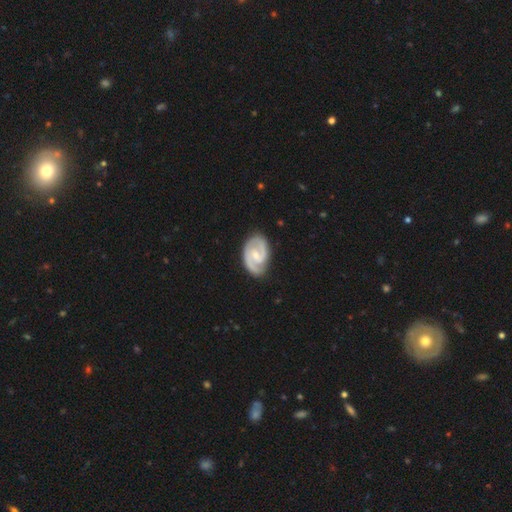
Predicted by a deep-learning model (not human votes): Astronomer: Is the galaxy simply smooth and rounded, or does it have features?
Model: featured or disk — 86%.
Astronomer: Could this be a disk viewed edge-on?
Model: no — 98%.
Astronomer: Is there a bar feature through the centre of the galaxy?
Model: weak — 47% (runner-up: no, 41%).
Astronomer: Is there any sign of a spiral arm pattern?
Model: yes — 96%.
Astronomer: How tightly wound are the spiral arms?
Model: tight — 49% (runner-up: medium, 42%).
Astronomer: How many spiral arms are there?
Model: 2 — 83%.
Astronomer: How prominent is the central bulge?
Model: small — 51% (runner-up: moderate, 40%).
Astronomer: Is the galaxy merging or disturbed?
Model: none — 79%.